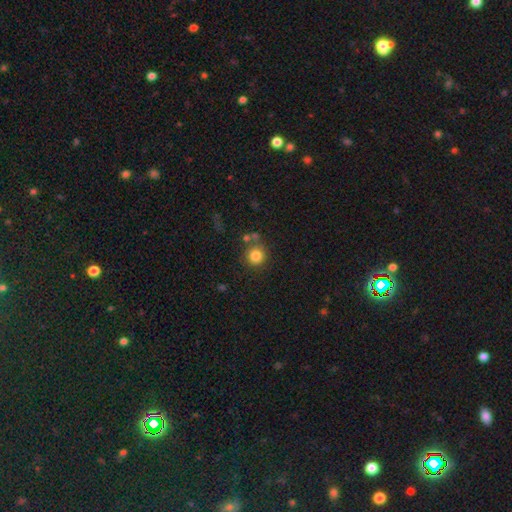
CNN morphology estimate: A smooth galaxy with no disk features (82%) that is round (92%).

Vote fractions:
- Smooth or featured? smooth: 82% / star or artifact: 11% / featured or disk: 7%
- How rounded? round: 92% / in between: 7% / cigar-shaped: 1%
- Merging? none: 73% / merger: 12% / minor disturbance: 11% / major disturbance: 4%